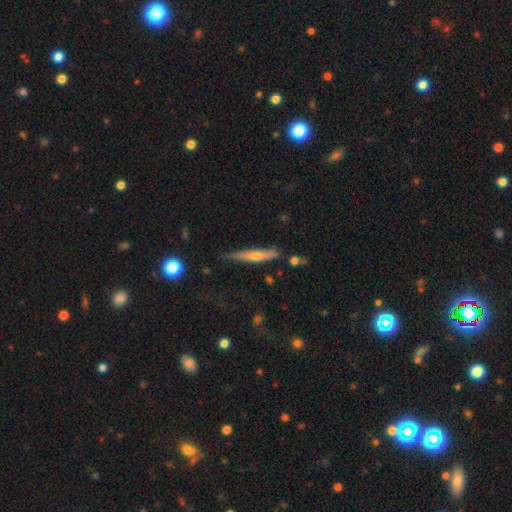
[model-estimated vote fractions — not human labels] The model was most divided on "smooth or featured": featured or disk: 61%, smooth: 31%, star or artifact: 8%. More confident: edge-on disk — yes (95%); merging — none (80%); edge-on bulge — rounded (79%).